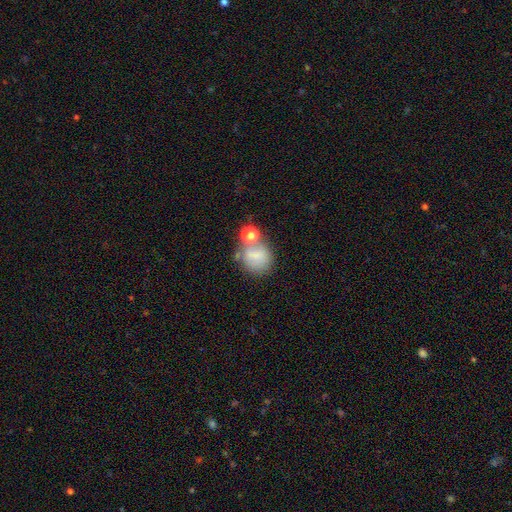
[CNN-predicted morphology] Smooth or featured: smooth — 74% (featured or disk — 14%)
How rounded: round — 75% (in between — 24%)
Merging: none — 48% (merger — 26%)